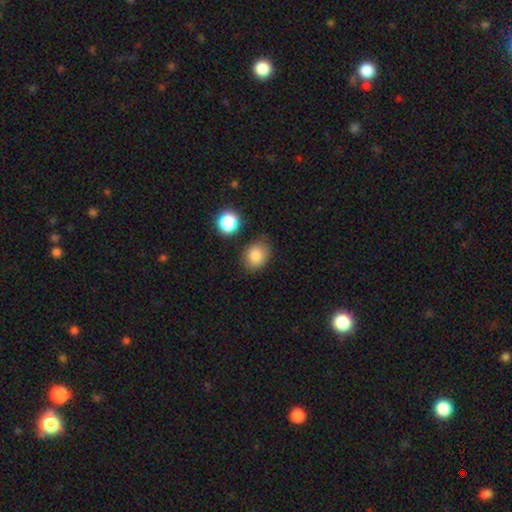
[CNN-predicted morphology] smooth-or-featured: smooth: 84% | star or artifact: 10% | featured or disk: 6%
  how-rounded: in between: 51% | round: 48% | cigar-shaped: 1%
  merging: none: 77% | minor disturbance: 15% | merger: 4% | major disturbance: 4%